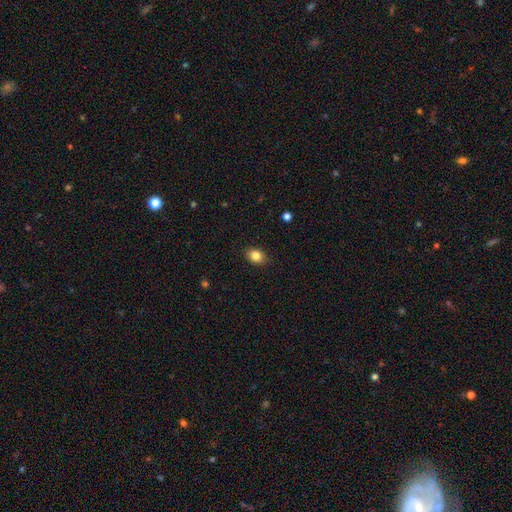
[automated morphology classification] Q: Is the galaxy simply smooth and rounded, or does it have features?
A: smooth — 84%.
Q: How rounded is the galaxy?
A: in between — 67%.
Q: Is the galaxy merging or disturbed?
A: none — 88%.